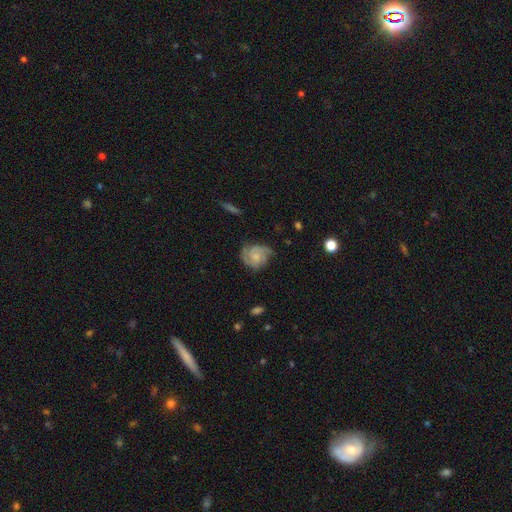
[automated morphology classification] A featured or disk galaxy (63%) with no bar (69%), 2 (53%) tight (44%) spiral arms (91%) and a small central bulge (48%). Merging: none (58%).